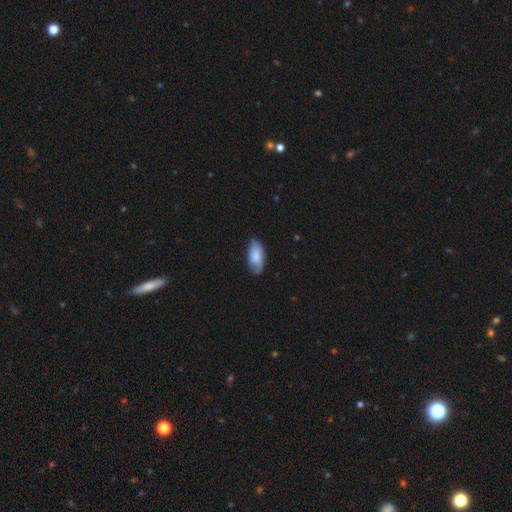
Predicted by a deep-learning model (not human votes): Smooth or featured? Predicted: smooth (p=0.69). How rounded? Predicted: in between (p=0.91). Merging? Predicted: none (p=0.68).